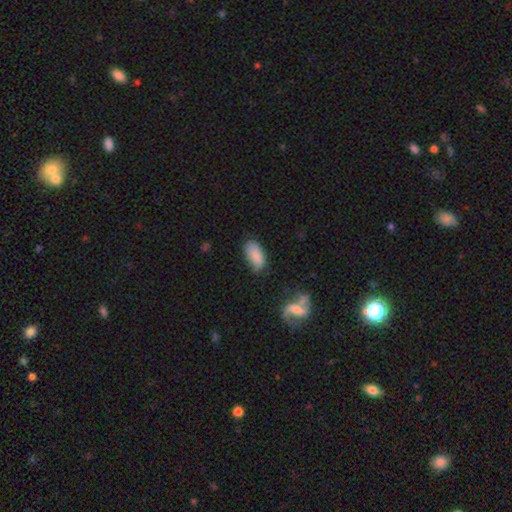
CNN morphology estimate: This appears to be a smooth galaxy with no disk features (83%) that is in between round and cigar-shaped (92%). Merging: none (64%).